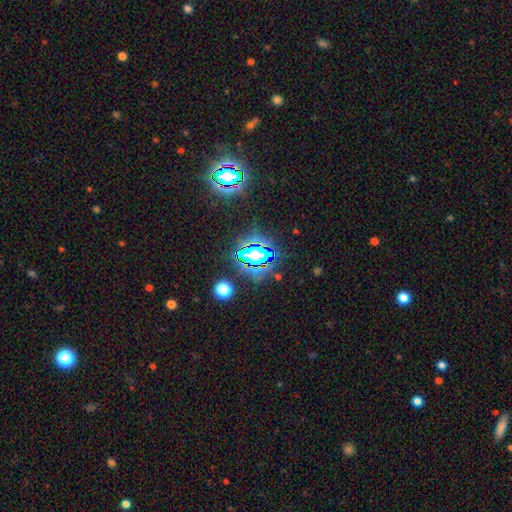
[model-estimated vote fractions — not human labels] smooth-or-featured: star or artifact: 74% | smooth: 16% | featured or disk: 9%